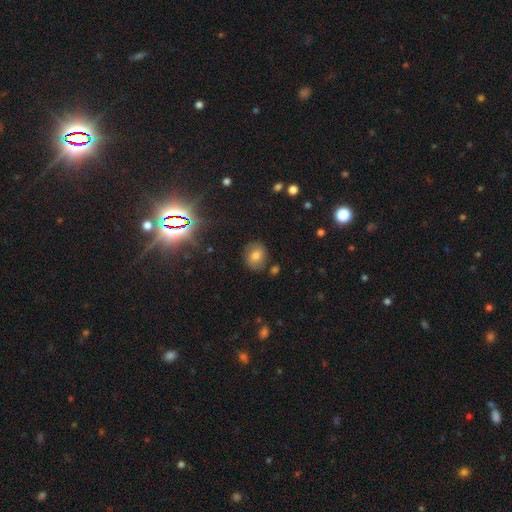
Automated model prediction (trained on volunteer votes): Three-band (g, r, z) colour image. It shows a smooth galaxy with no disk features (72%) that is round (60%). Merging: none (83%).